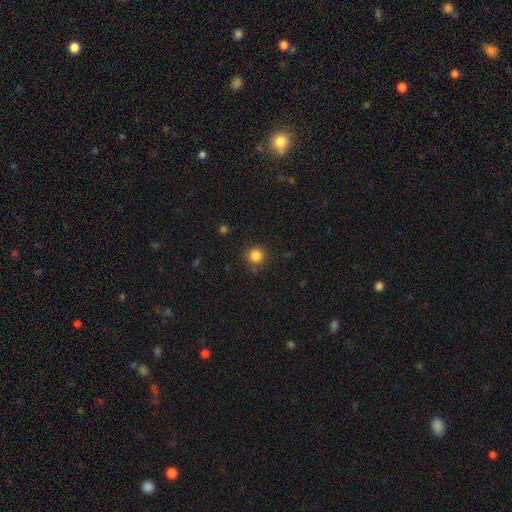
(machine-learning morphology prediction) smooth-or-featured: smooth: 84% | star or artifact: 12% | featured or disk: 4%
  how-rounded: round: 92% | in between: 7% | cigar-shaped: 1%
  merging: none: 84% | minor disturbance: 9% | merger: 3% | major disturbance: 3%